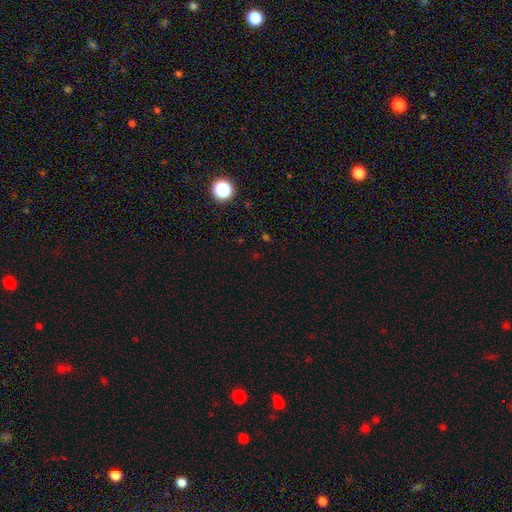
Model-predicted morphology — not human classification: type=star or artifact (63%).